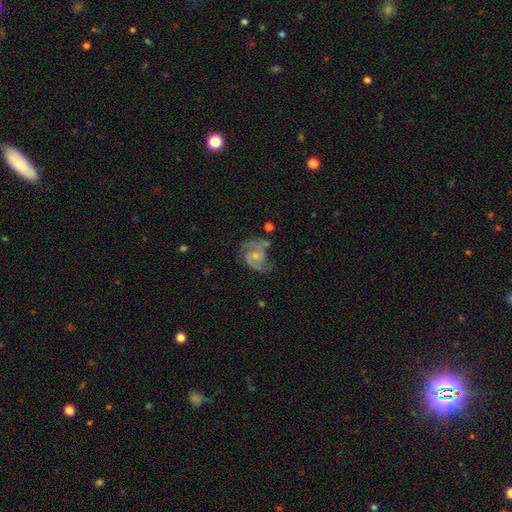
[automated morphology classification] A featured or disk galaxy (87%) with no bar (58%), 2 (86%) medium (55%) spiral arms (97%) and a small central bulge (57%). Merging: none (63%).